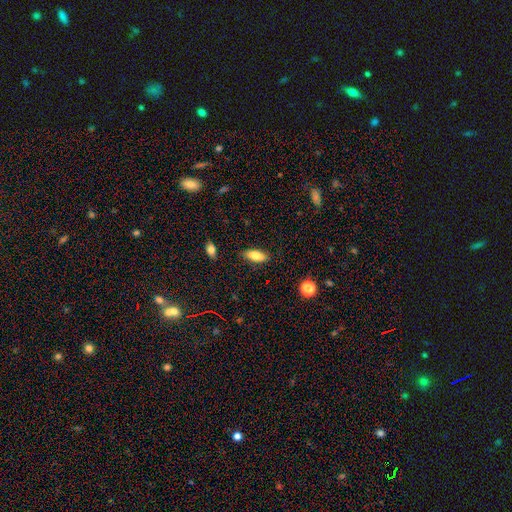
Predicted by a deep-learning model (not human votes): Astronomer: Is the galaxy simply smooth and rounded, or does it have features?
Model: smooth — 81%.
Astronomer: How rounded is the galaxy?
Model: in between — 81%.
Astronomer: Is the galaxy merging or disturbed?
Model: none — 85%.